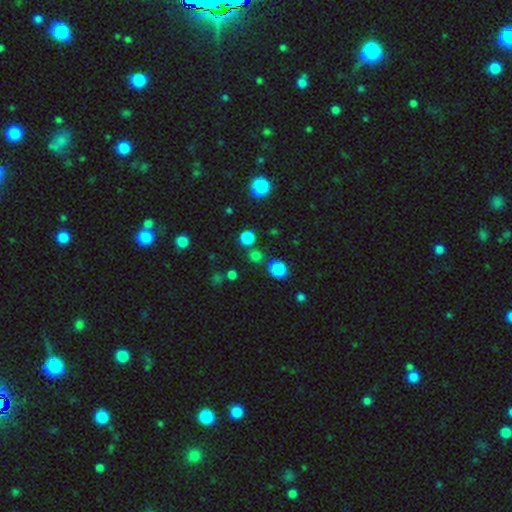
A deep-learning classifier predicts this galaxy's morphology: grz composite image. It shows a smooth galaxy with no disk features (75%) that is round (89%). Merging: none (78%).